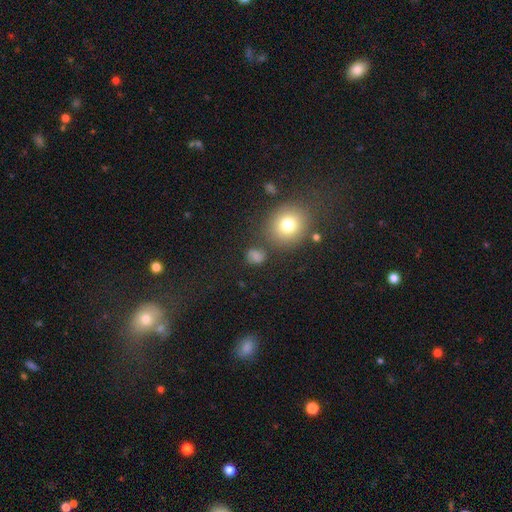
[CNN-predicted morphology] Smooth or featured: smooth — 72% (star or artifact — 20%)
How rounded: round — 66% (in between — 32%)
Merging: none — 72% (minor disturbance — 14%)